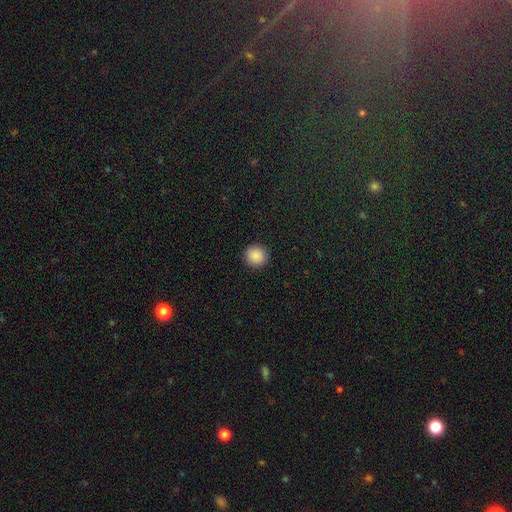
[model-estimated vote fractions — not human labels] Morphology: type=smooth (88%); roundness=round (93%); merging=none (93%).